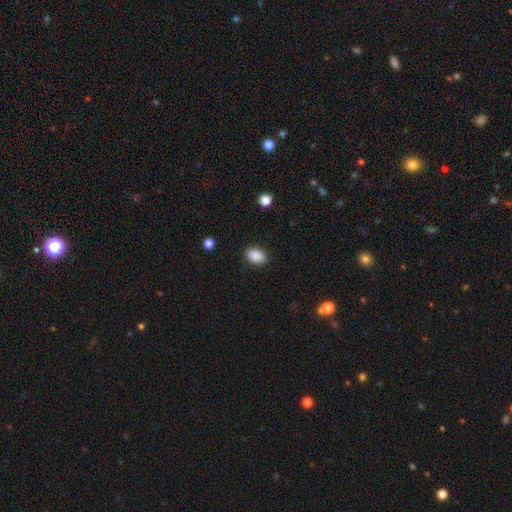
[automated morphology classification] Smooth or featured? smooth (89%)
How rounded? in between (81%)
Merging? none (88%)